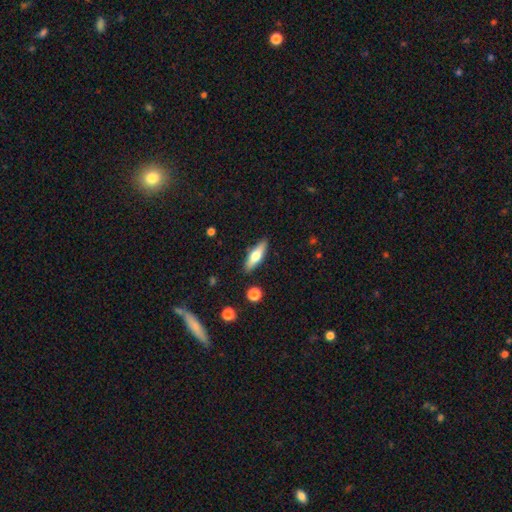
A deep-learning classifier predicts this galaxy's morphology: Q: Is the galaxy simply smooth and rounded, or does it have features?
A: smooth — 56%.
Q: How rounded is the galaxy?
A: cigar-shaped — 50%.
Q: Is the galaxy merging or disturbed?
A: none — 87%.